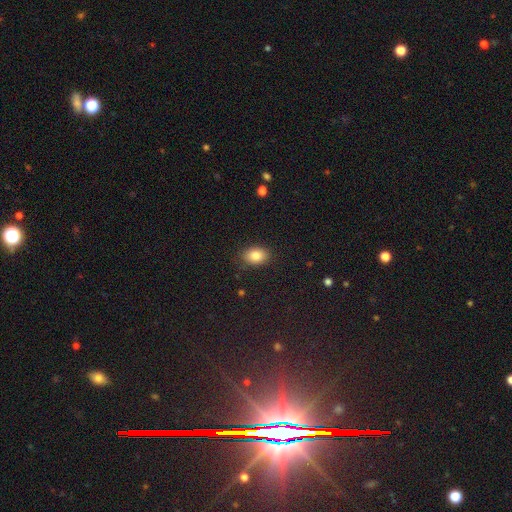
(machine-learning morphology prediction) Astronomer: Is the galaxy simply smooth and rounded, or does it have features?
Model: smooth — 83%.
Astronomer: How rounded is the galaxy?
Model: in between — 76%.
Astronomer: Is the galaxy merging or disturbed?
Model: none — 85%.